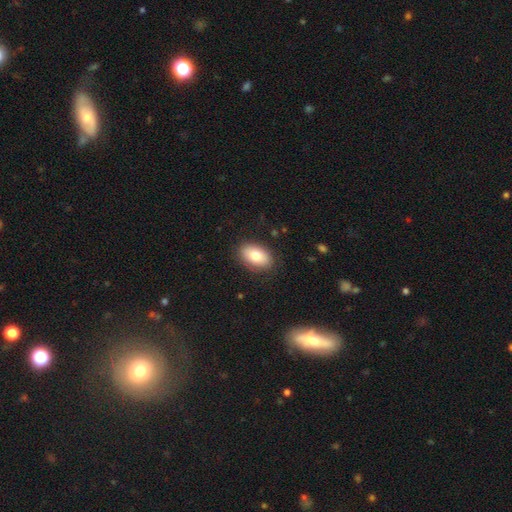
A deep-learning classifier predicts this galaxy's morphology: Smooth or featured: smooth — 81% (featured or disk — 13%)
How rounded: in between — 91% (round — 7%)
Merging: none — 86% (minor disturbance — 10%)